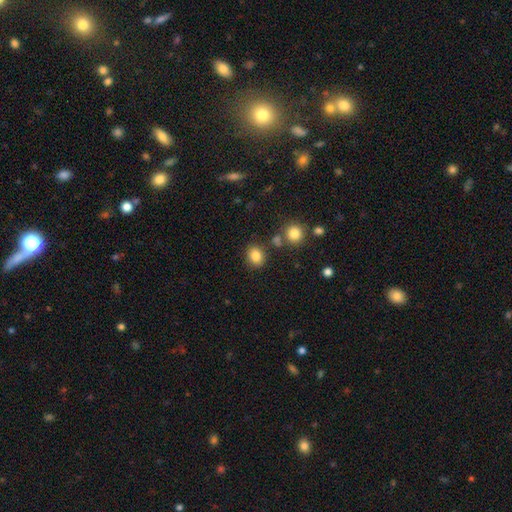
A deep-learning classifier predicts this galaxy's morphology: Smooth or featured? Predicted: smooth (p=0.84). How rounded? Predicted: round (p=0.58). Merging? Predicted: none (p=0.80).